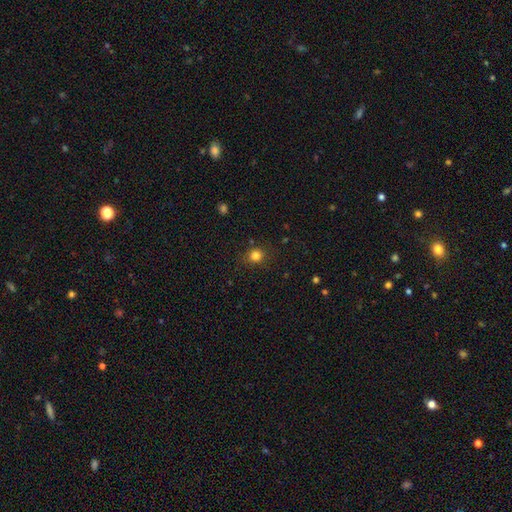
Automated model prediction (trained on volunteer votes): Q: Smooth or featured?
A: smooth (81%); runner-up: star or artifact (13%)
Q: How rounded?
A: round (83%); runner-up: in between (16%)
Q: Merging?
A: none (85%); runner-up: minor disturbance (10%)